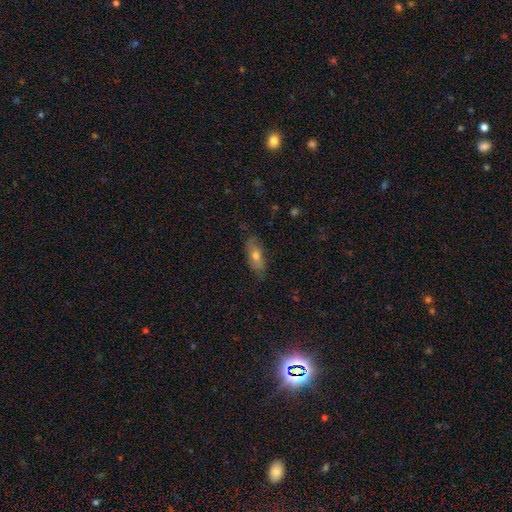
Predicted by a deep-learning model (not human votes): smooth_or_featured: smooth (p=0.63) [alt: featured or disk p=0.29]
how_rounded: in between (p=0.71) [alt: cigar-shaped p=0.25]
merging: none (p=0.78) [alt: minor disturbance p=0.17]